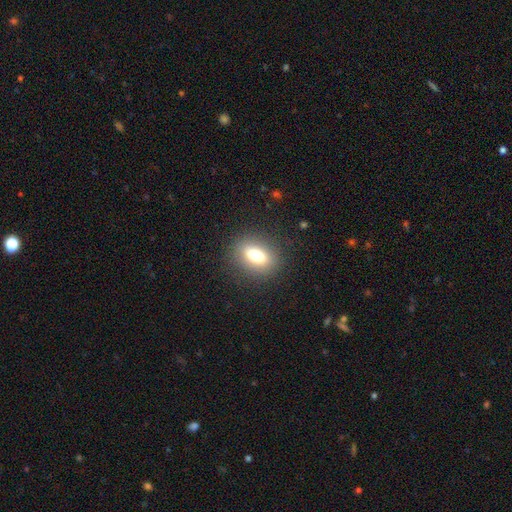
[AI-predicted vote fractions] This appears to be a smooth galaxy with no disk features (76%) that is in between round and cigar-shaped (73%). Merging: none (86%).